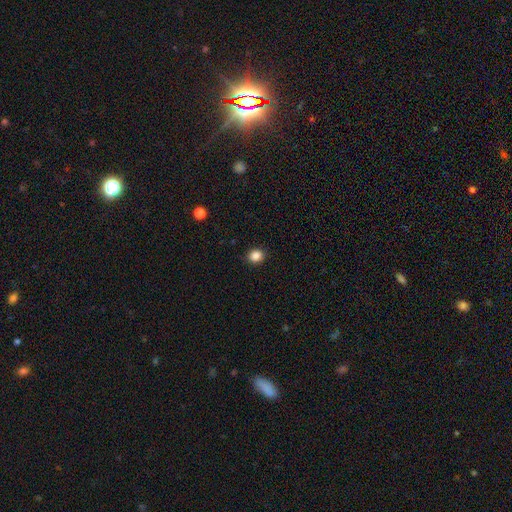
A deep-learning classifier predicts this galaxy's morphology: Overall: smooth (86%). How rounded: round (72%). Merging: none (90%).